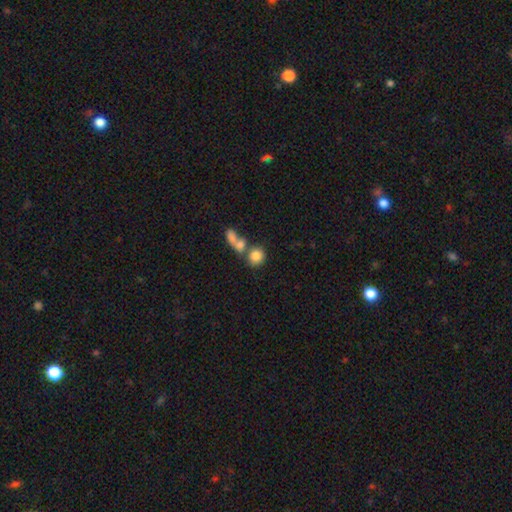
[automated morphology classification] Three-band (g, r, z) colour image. It shows a smooth galaxy with no disk features (81%) that is round (76%). Merging: none (45%).